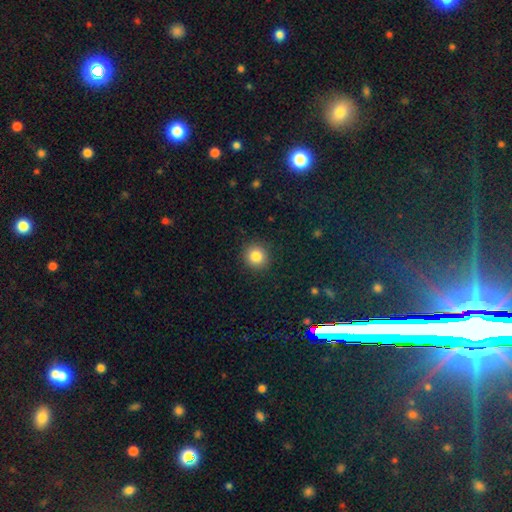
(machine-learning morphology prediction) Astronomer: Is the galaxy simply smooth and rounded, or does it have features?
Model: smooth — 84%.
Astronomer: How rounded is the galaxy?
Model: round — 91%.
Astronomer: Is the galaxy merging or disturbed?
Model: none — 91%.